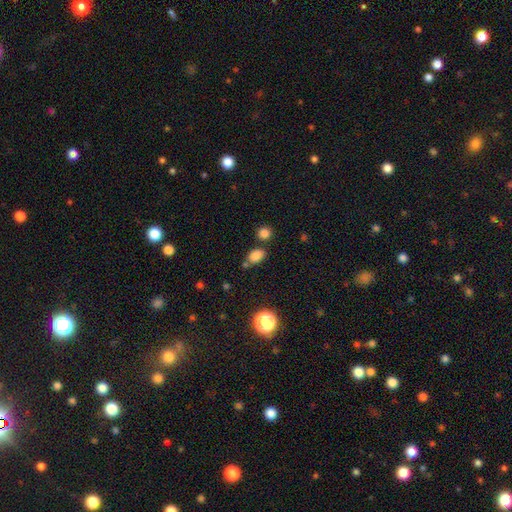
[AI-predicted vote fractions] smooth_or_featured: smooth (p=0.81) [alt: star or artifact p=0.13]
how_rounded: in between (p=0.78) [alt: round p=0.21]
merging: none (p=0.67) [alt: minor disturbance p=0.15]